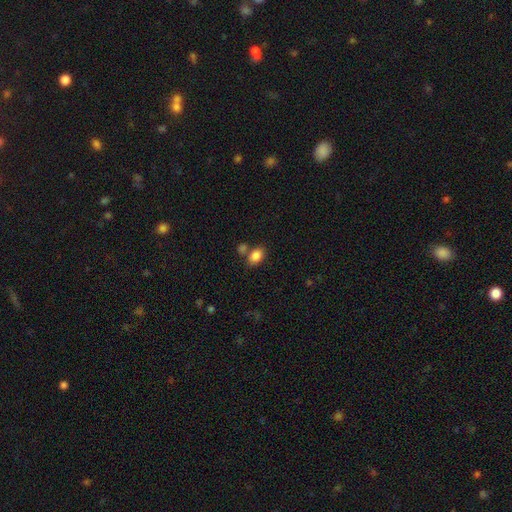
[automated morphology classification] smooth_or_featured: smooth (p=0.85) [alt: star or artifact p=0.09]
how_rounded: in between (p=0.77) [alt: round p=0.22]
merging: none (p=0.59) [alt: merger p=0.23]